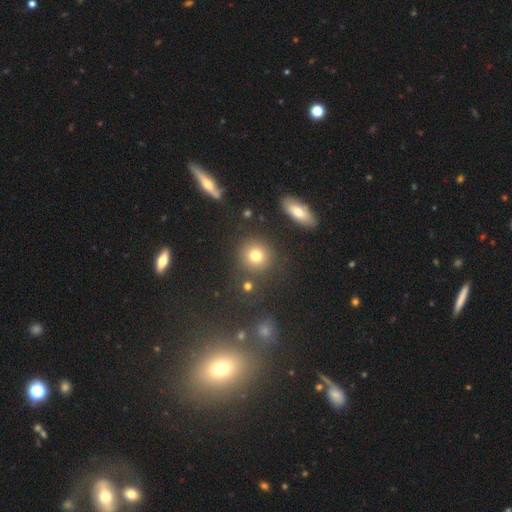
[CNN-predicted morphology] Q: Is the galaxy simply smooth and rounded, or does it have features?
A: smooth — 76%.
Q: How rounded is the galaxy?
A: round — 88%.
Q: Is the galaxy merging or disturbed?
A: none — 82%.